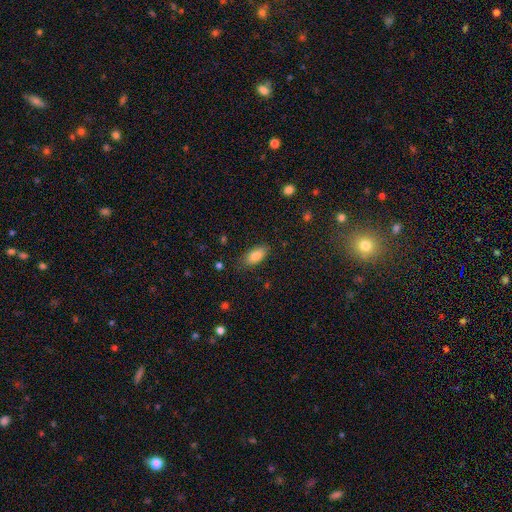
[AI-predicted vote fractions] This appears to be a smooth galaxy with no disk features (83%) that is in between round and cigar-shaped (88%). Merging: none (82%).